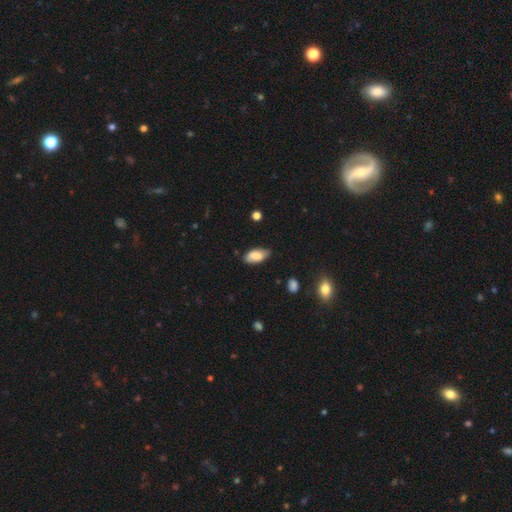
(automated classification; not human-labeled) A smooth galaxy with no disk features (77%) that is in between round and cigar-shaped (91%).

Vote fractions:
- Smooth or featured? smooth: 77% / featured or disk: 16% / star or artifact: 7%
- How rounded? in between: 91% / cigar-shaped: 6% / round: 2%
- Merging? none: 73% / minor disturbance: 22% / major disturbance: 4% / merger: 2%